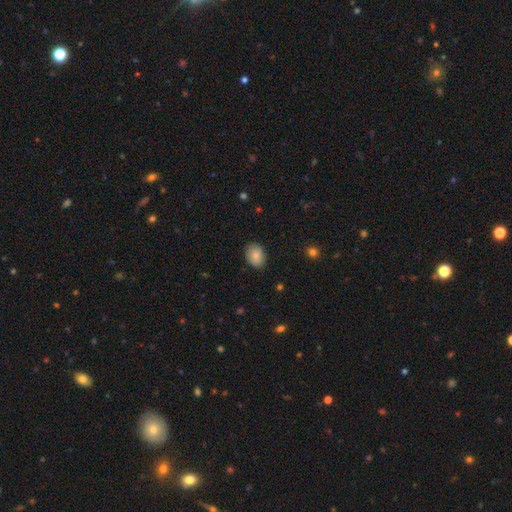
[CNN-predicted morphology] smooth 85%, star or artifact 7%, featured or disk 7%. Down the decision tree: how rounded — in between (74%); merging — none (85%).